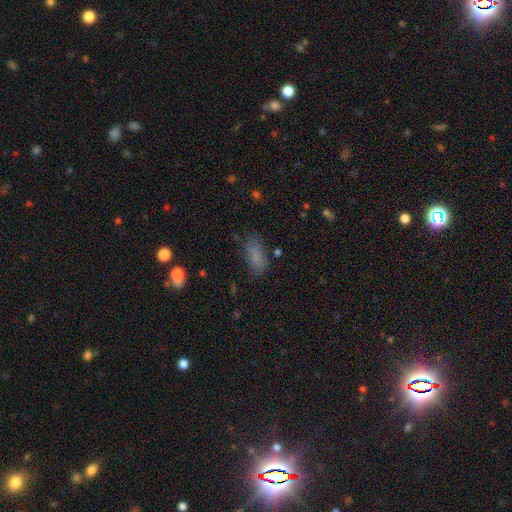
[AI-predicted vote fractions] This appears to be a smooth galaxy with no disk features (80%) that is in between round and cigar-shaped (85%). Merging: none (73%).